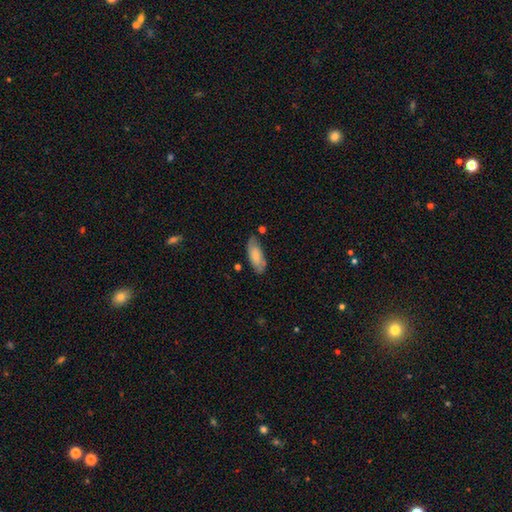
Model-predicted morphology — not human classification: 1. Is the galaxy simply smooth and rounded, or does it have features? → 70% smooth, 24% featured or disk, 6% star or artifact.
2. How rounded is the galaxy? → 81% in between, 18% cigar-shaped, 2% round.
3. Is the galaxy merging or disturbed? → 71% none, 21% minor disturbance, 5% major disturbance, 4% merger.